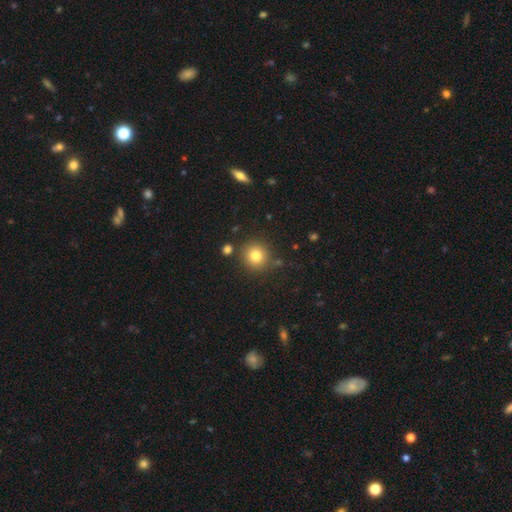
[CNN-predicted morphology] This appears to be a smooth galaxy with no disk features (80%) that is round (93%). Merging: none (85%).